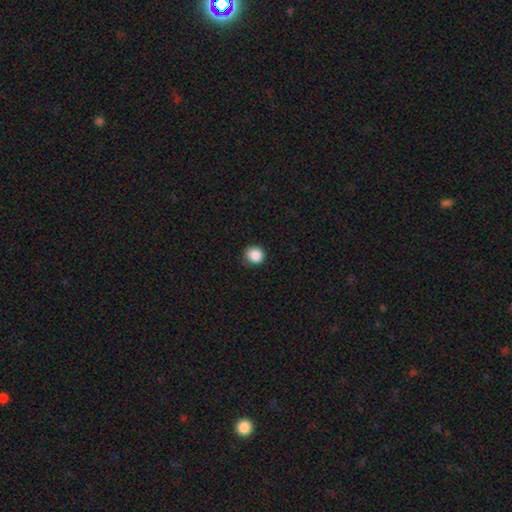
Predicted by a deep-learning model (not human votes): A smooth galaxy with no disk features (87%) that is round (88%). Merging: none (85%).